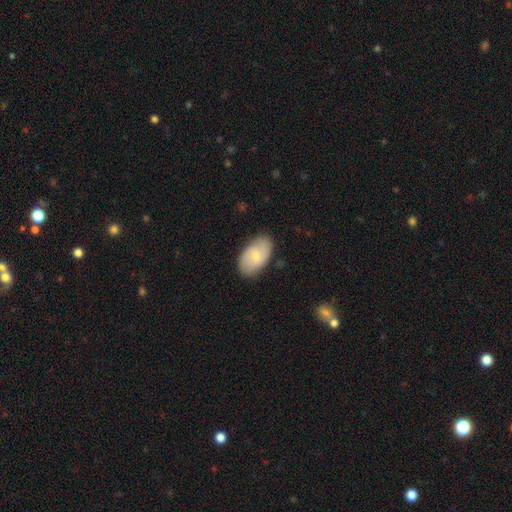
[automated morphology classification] type=smooth (63%); roundness=in between (93%); merging=none (82%).